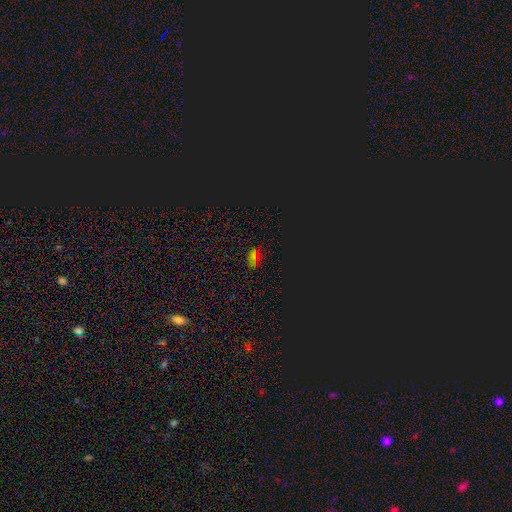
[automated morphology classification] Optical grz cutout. It shows a star or artifact, not a galaxy (52%).